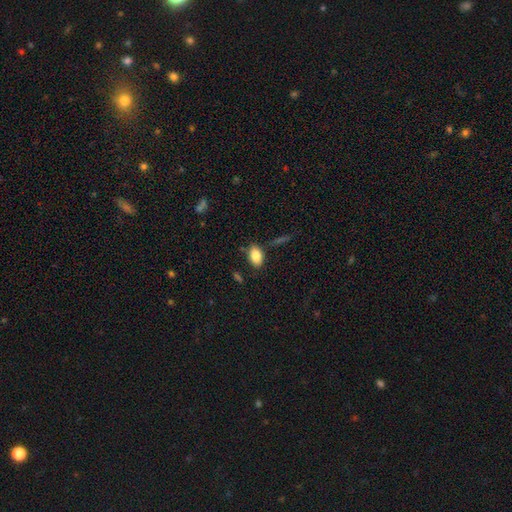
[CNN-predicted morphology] Smooth or featured? Predicted: smooth (p=0.83). How rounded? Predicted: in between (p=0.88). Merging? Predicted: none (p=0.80).